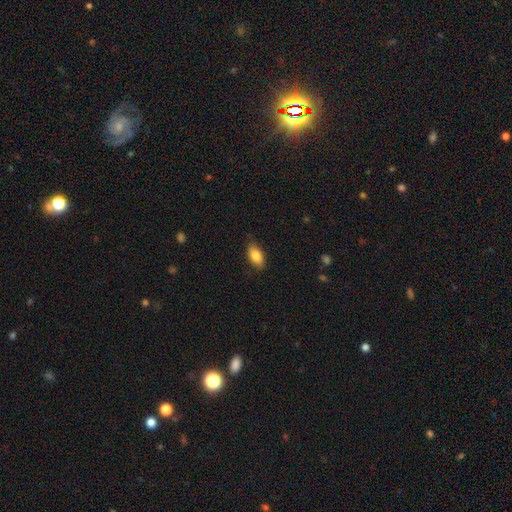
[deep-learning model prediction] Overall: smooth (85%). How rounded: in between (90%). Merging: none (84%).